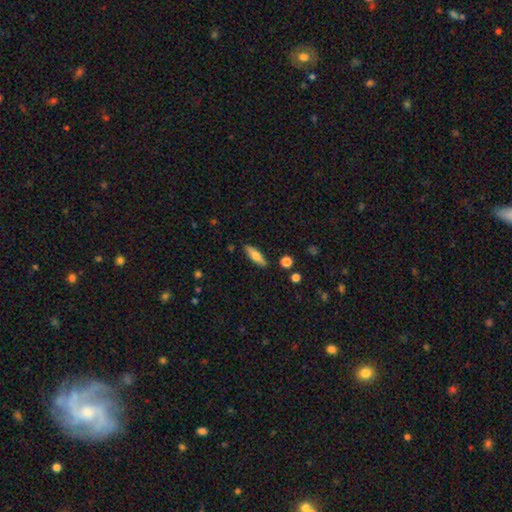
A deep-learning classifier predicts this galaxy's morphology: This appears to be a smooth galaxy with no disk features (64%) that is in between round and cigar-shaped (49%). Merging: none (86%).